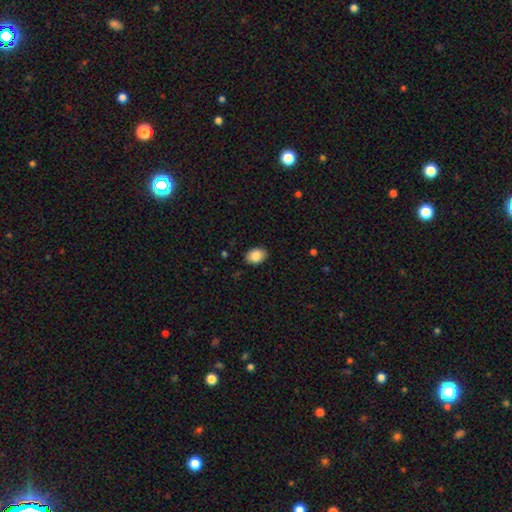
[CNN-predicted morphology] This is clearly a smooth galaxy (88%). How rounded: likely in between (77%). Merging: clearly none (86%).